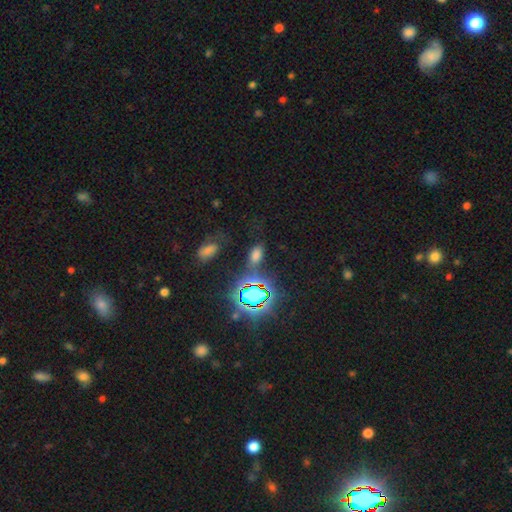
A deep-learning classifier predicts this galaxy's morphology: A smooth galaxy with no disk features (59%) that is in between round and cigar-shaped (87%).

Vote fractions:
- Smooth or featured? smooth: 59% / star or artifact: 32% / featured or disk: 9%
- How rounded? in between: 87% / round: 7% / cigar-shaped: 6%
- Merging? none: 66% / minor disturbance: 17% / major disturbance: 9% / merger: 8%